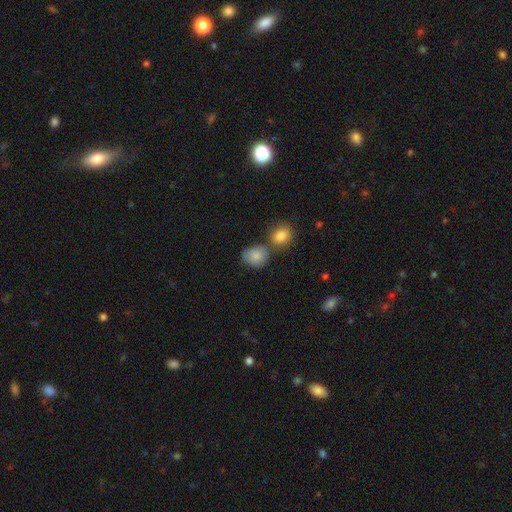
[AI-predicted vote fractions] Overall: smooth (84%). How rounded: round (56%; in between 43%). Merging: none (51%; merger 31%).